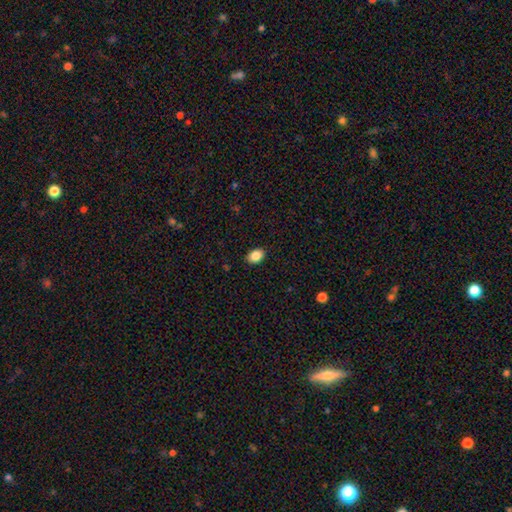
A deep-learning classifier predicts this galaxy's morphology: A smooth galaxy with no disk features (87%) that is in between round and cigar-shaped (79%).

Vote fractions:
- Smooth or featured? smooth: 87% / star or artifact: 8% / featured or disk: 5%
- How rounded? in between: 79% / round: 20% / cigar-shaped: 1%
- Merging? none: 89% / minor disturbance: 8% / major disturbance: 2% / merger: 1%